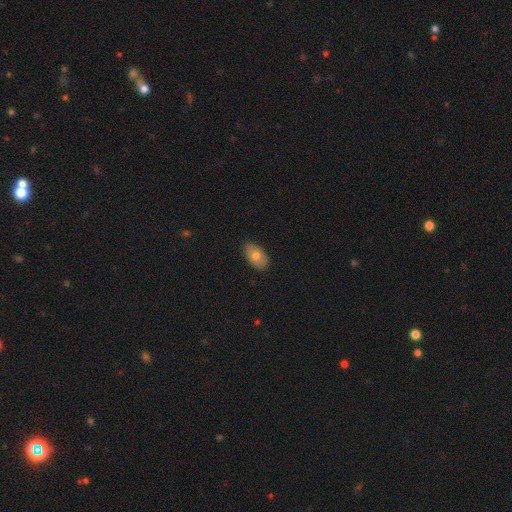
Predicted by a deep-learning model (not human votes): This is likely a smooth galaxy (68%). How rounded: clearly in between (93%). Merging: clearly none (86%).